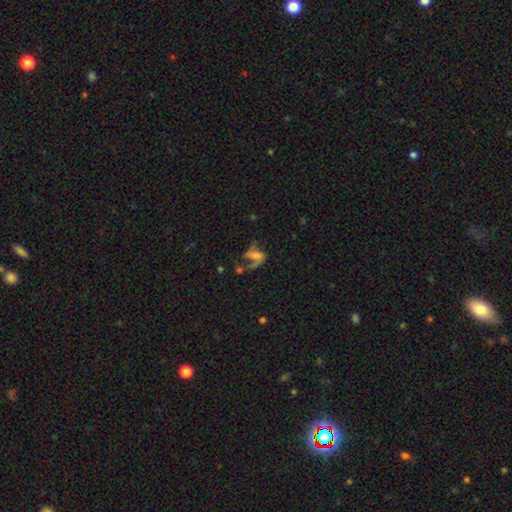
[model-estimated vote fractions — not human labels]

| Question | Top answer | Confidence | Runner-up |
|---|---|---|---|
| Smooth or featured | featured or disk | 49% | smooth (35%) |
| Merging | major disturbance | 46% | none (24%) |